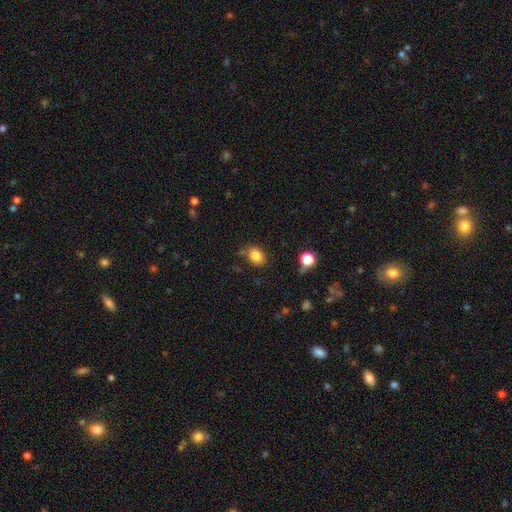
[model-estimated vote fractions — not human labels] Smooth or featured? Predicted: smooth (p=0.84). How rounded? Predicted: in between (p=0.67). Merging? Predicted: none (p=0.75).